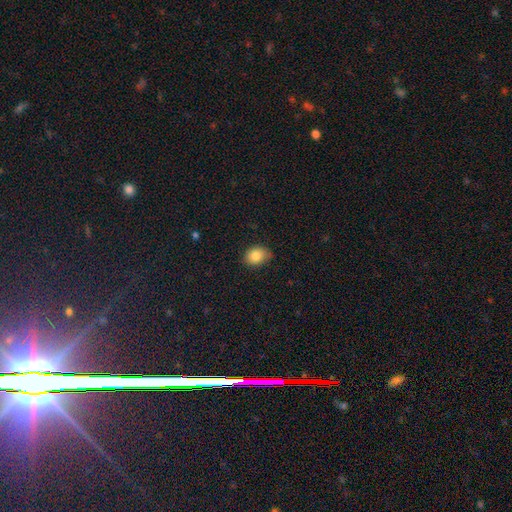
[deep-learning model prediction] This is clearly a smooth galaxy (85%). How rounded: likely in between (62%). Merging: likely none (69%).